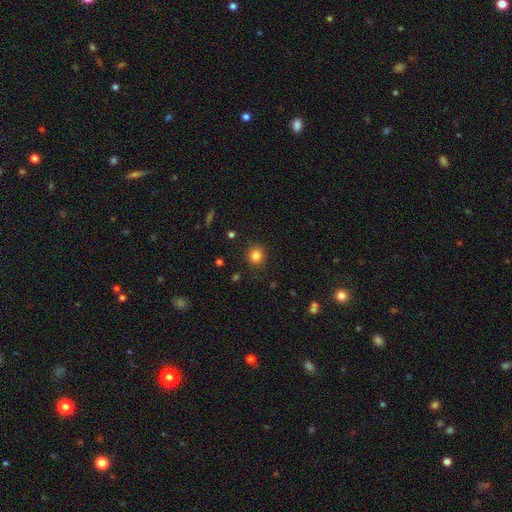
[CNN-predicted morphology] smooth-or-featured: smooth: 84% | star or artifact: 12% | featured or disk: 4%
  how-rounded: round: 89% | in between: 10% | cigar-shaped: 1%
  merging: none: 89% | minor disturbance: 7% | major disturbance: 3% | merger: 1%